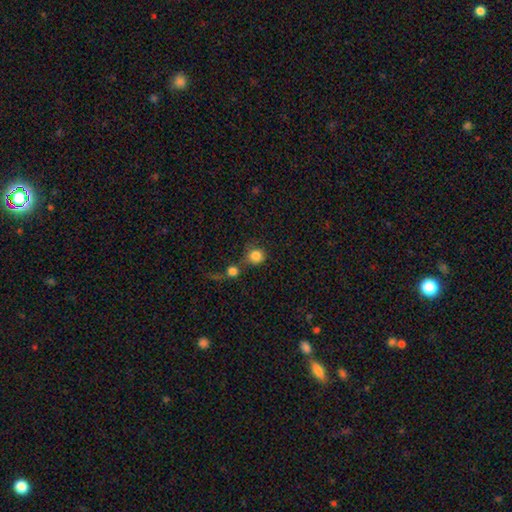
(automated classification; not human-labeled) Smooth or featured? smooth (83%)
How rounded? round (85%)
Merging? none (46%)